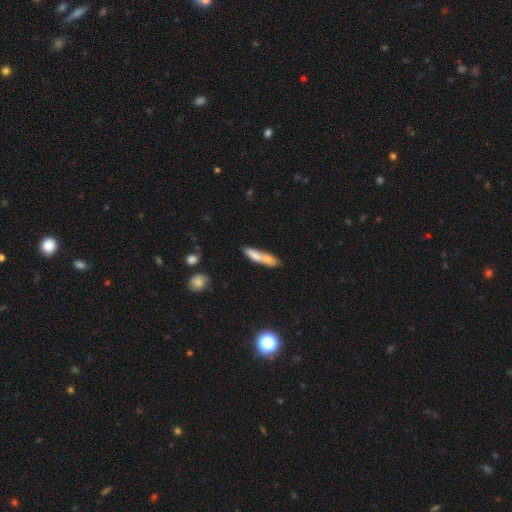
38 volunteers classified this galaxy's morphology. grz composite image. It shows a smooth galaxy with no disk features (71%) that is in between round and cigar-shaped (59%). Merging: merger (78%).